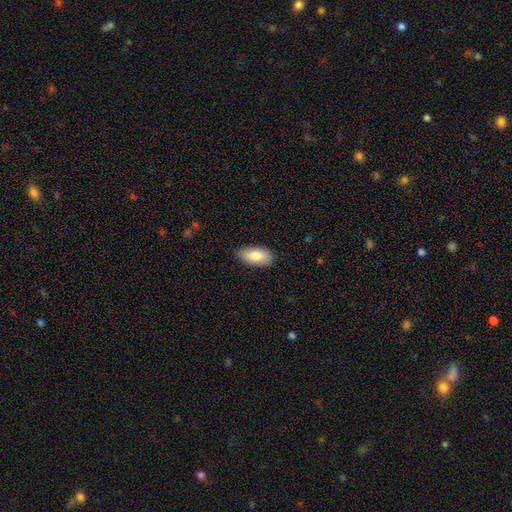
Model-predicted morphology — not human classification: This appears to be a smooth galaxy with no disk features (79%) that is in between round and cigar-shaped (91%). Merging: none (83%).